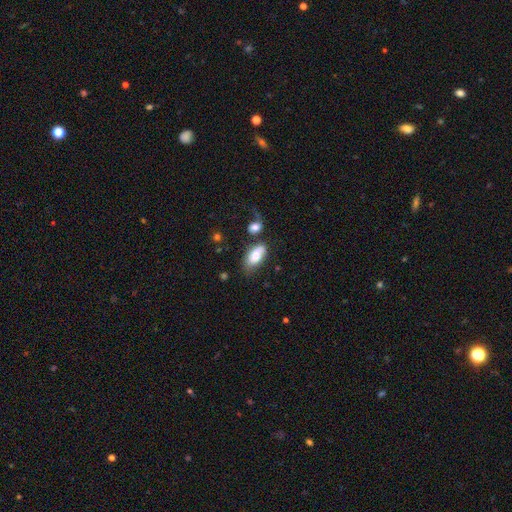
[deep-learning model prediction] A smooth galaxy with no disk features (69%) that is in between round and cigar-shaped (91%). Merging: none (40%).